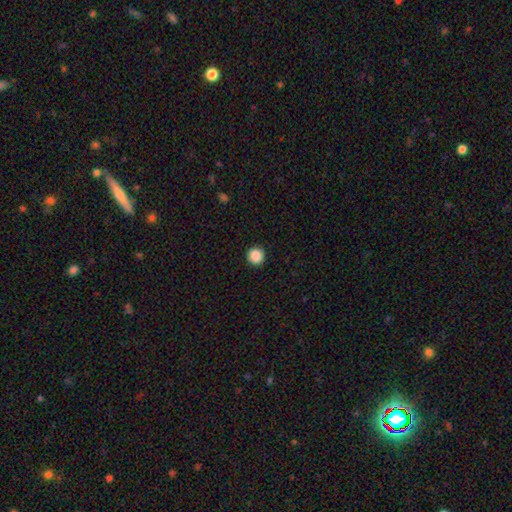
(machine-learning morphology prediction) A smooth galaxy with no disk features (88%) that is round (95%). Merging: none (93%).